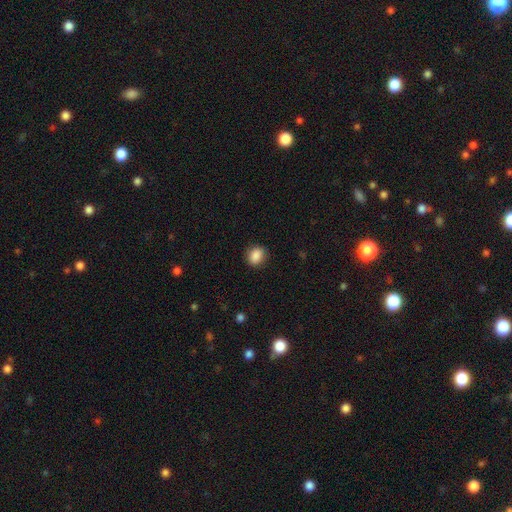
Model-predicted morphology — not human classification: A smooth galaxy with no disk features (88%) that is round (56%). Merging: none (86%).